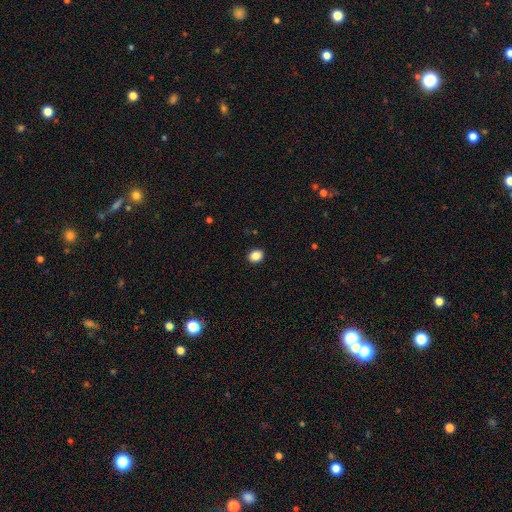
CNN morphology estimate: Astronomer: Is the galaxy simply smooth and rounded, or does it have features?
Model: smooth — 87%.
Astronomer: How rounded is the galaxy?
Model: in between — 54% (runner-up: round, 45%).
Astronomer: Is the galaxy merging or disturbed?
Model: none — 91%.